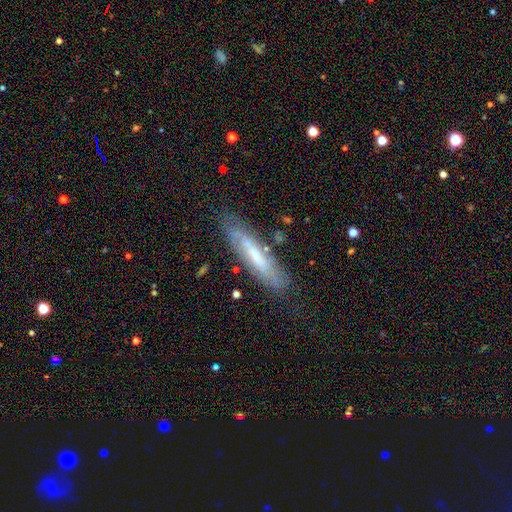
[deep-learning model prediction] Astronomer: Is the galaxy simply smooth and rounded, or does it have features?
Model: featured or disk — 52% (runner-up: smooth, 40%).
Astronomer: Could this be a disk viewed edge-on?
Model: yes — 51% (runner-up: no, 49%).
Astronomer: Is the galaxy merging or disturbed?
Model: none — 77%.